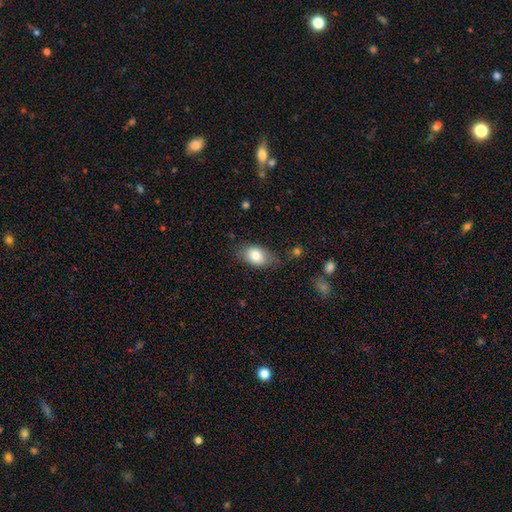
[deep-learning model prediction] The model was most divided on "merging": none: 68%, minor disturbance: 23%, major disturbance: 6%, merger: 3%. More confident: how rounded — in between (84%); smooth or featured — smooth (81%).